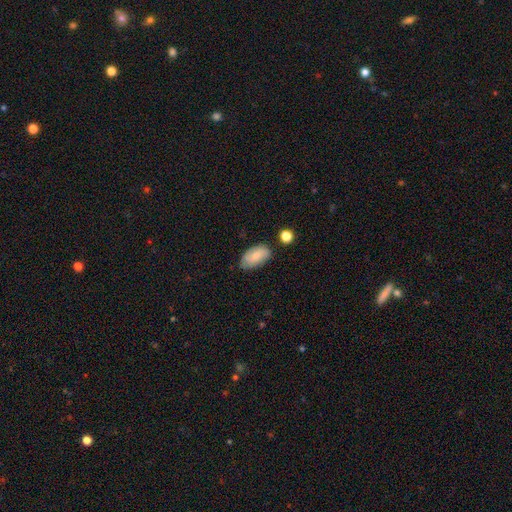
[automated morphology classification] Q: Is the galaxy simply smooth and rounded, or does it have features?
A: smooth — 70%.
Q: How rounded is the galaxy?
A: in between — 93%.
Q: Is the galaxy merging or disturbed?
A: none — 71%.